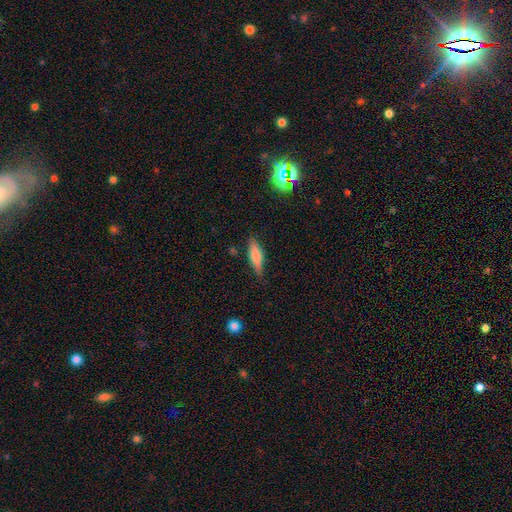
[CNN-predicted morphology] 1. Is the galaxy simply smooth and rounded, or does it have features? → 71% smooth, 22% featured or disk, 7% star or artifact.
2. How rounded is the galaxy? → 59% cigar-shaped, 39% in between, 2% round.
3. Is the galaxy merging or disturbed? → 81% none, 15% minor disturbance, 3% major disturbance, 2% merger.